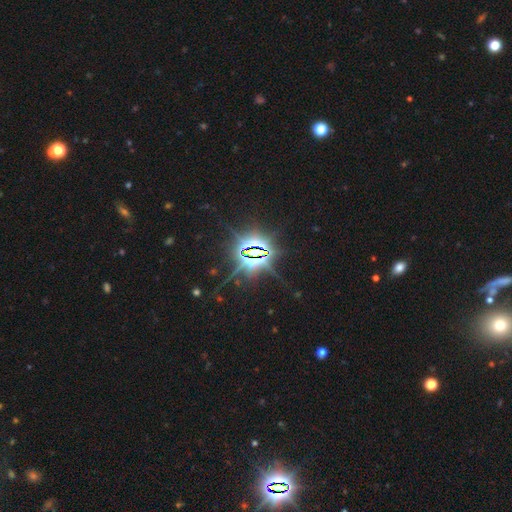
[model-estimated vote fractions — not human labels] Smooth or featured? Predicted: star or artifact (p=0.86).